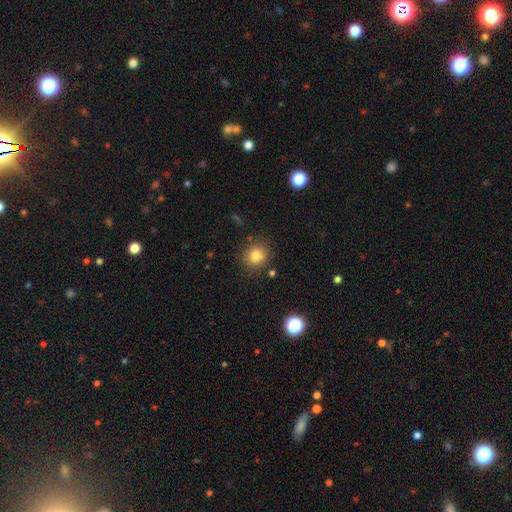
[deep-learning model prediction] Overall: smooth (82%). How rounded: round (78%). Merging: none (83%).